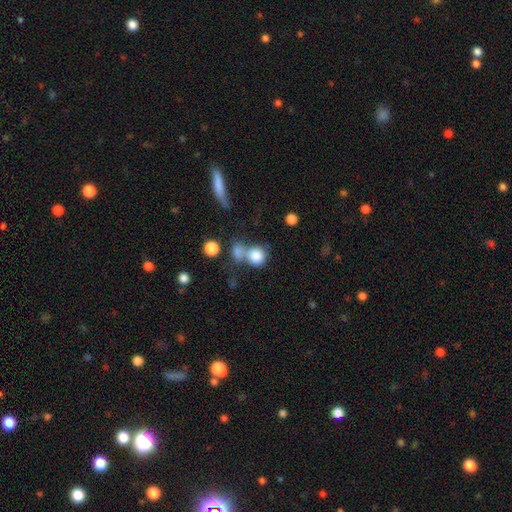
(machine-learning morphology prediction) Smooth or featured?
  - smooth: 81% *
  - star or artifact: 10%
  - featured or disk: 9%
How rounded?
  - round: 84% *
  - in between: 15%
  - cigar-shaped: 1%
Merging?
  - merger: 44% *
  - none: 40%
  - minor disturbance: 10%
  - major disturbance: 7%